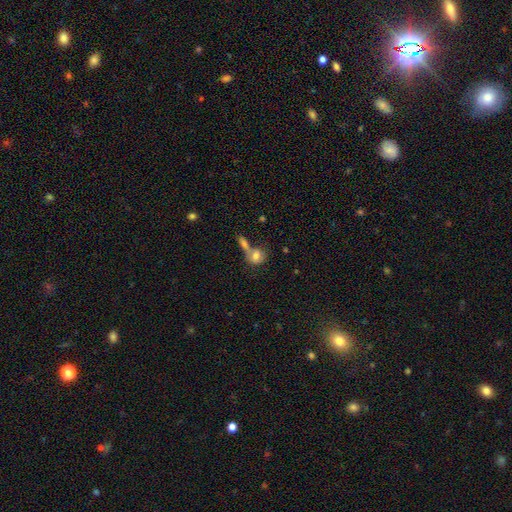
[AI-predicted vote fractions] The model was most divided on "how rounded": in between: 56%, round: 40%, cigar-shaped: 4%. More confident: smooth or featured — smooth (71%); merging — merger (53%).